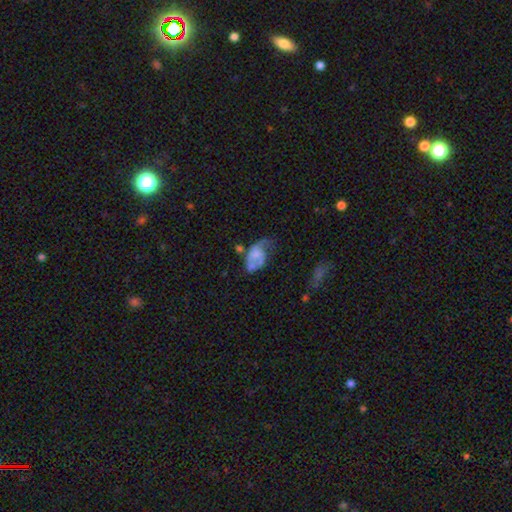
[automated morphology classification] This is possibly a featured or disk galaxy (49%). Merging: marginally major disturbance (40%).